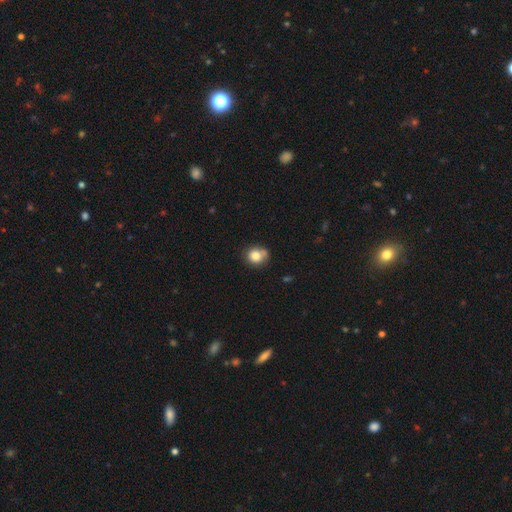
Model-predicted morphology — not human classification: smooth 82%, star or artifact 10%, featured or disk 8%. Down the decision tree: how rounded — round (79%); merging — none (59%).